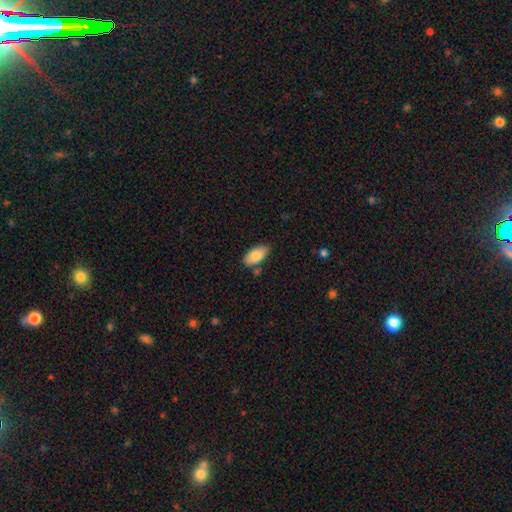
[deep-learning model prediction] This appears to be a smooth galaxy with no disk features (82%) that is in between round and cigar-shaped (93%). Merging: none (76%).